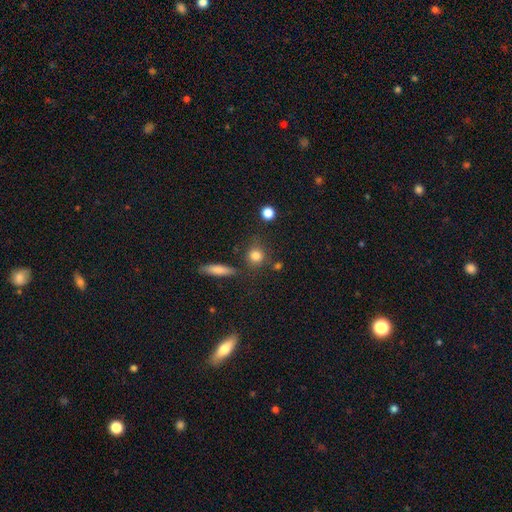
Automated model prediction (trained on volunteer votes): smooth 82%, star or artifact 11%, featured or disk 7%. Down the decision tree: how rounded — round (81%); merging — none (77%).